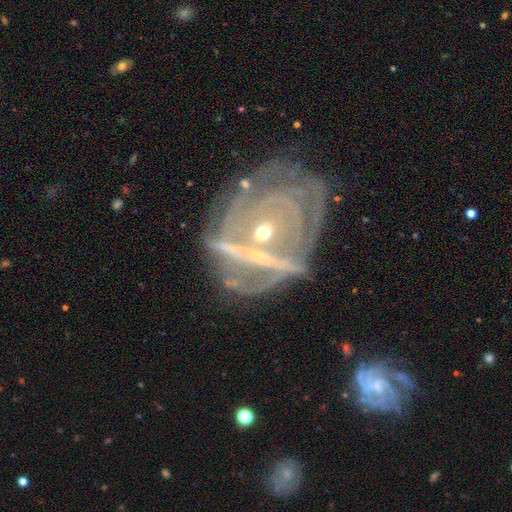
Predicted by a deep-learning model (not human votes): Smooth or featured?
  - featured or disk: 82% *
  - star or artifact: 10%
  - smooth: 8%
Edge-on disk?
  - no: 90% *
  - yes: 10%
Bar?
  - no: 37% *
  - strong: 36%
  - weak: 27%
Spiral arms?
  - yes: 77% *
  - no: 23%
Spiral winding?
  - tight: 63% *
  - medium: 25%
  - loose: 12%
Spiral arm count?
  - can't tell: 41% *
  - 2: 21%
  - 3: 16%
  - 4: 8%
  - 1: 7%
  - more than 4: 7%
Bulge size?
  - small: 64% *
  - moderate: 29%
  - none: 3%
  - large: 2%
  - dominant: 1%
Merging?
  - none: 38% *
  - merger: 30%
  - major disturbance: 16%
  - minor disturbance: 16%